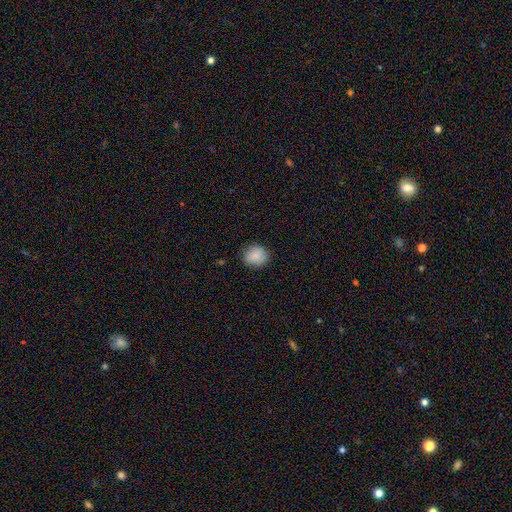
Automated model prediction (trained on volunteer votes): A smooth galaxy with no disk features (86%) that is round (77%).

Vote fractions:
- Smooth or featured? smooth: 86% / star or artifact: 8% / featured or disk: 6%
- How rounded? round: 77% / in between: 22% / cigar-shaped: 1%
- Merging? none: 84% / minor disturbance: 12% / major disturbance: 3% / merger: 1%